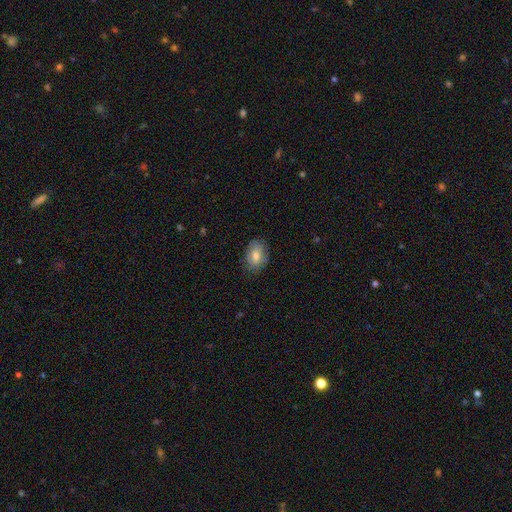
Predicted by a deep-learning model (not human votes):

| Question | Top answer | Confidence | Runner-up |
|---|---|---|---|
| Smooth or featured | smooth | 72% | featured or disk (20%) |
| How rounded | in between | 87% | round (12%) |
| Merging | none | 80% | minor disturbance (16%) |